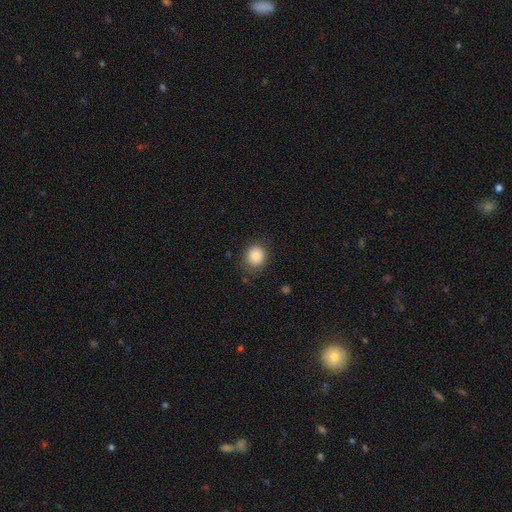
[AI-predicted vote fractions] This is clearly a smooth galaxy (86%). How rounded: likely round (78%). Merging: likely none (78%).